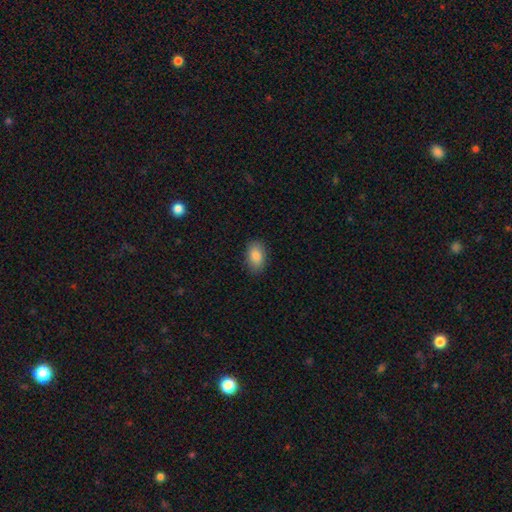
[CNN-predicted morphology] Q: Smooth or featured?
A: smooth (86%); runner-up: star or artifact (7%)
Q: How rounded?
A: in between (91%); runner-up: round (8%)
Q: Merging?
A: none (88%); runner-up: minor disturbance (9%)